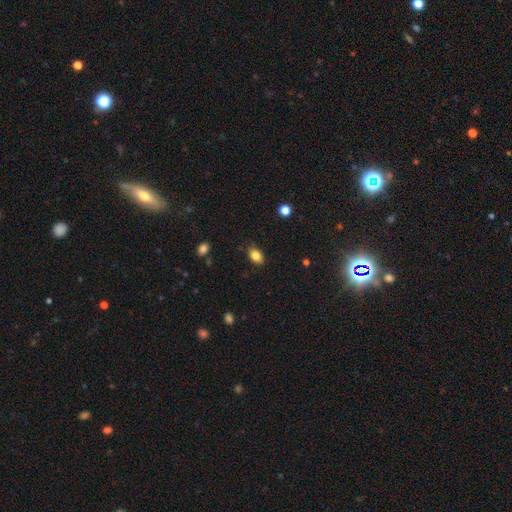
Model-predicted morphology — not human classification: type=smooth (84%); roundness=in between (83%); merging=none (82%).